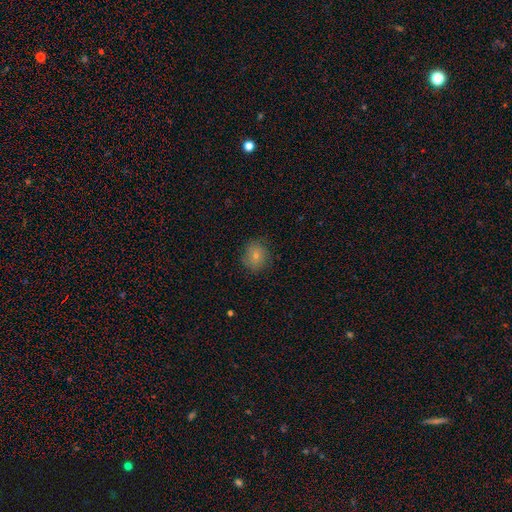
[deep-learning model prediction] Morphology: type=smooth (76%); roundness=round (78%); merging=none (79%).